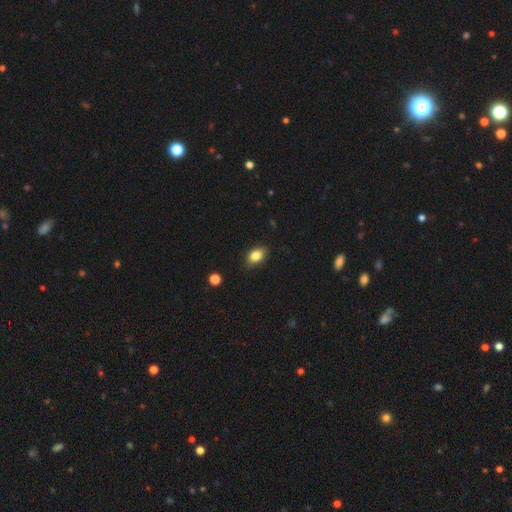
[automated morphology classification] This is clearly a smooth galaxy (84%). How rounded: clearly in between (81%). Merging: clearly none (83%).